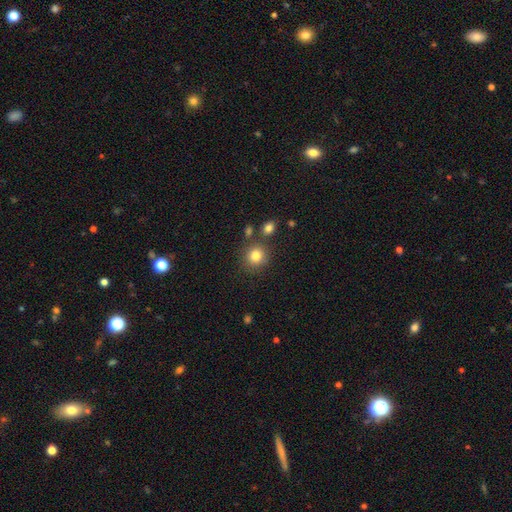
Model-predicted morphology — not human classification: This appears to be a smooth galaxy with no disk features (82%) that is round (88%). Merging: none (78%).